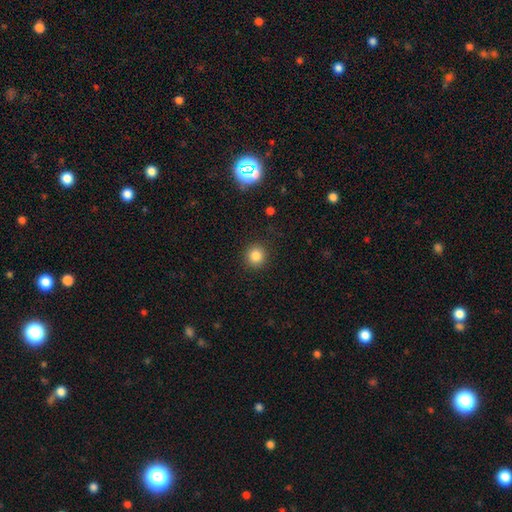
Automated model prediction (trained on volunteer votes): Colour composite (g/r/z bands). It shows a smooth galaxy with no disk features (84%) that is round (93%). Merging: none (91%).